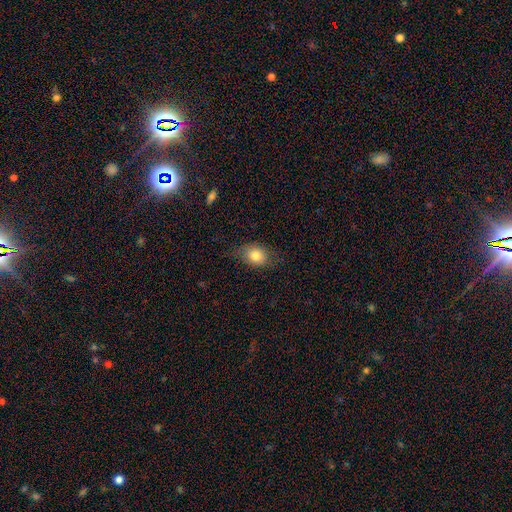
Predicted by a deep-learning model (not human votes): Smooth or featured?
  - smooth: 77% *
  - featured or disk: 14%
  - star or artifact: 9%
How rounded?
  - in between: 58% *
  - round: 40%
  - cigar-shaped: 2%
Merging?
  - none: 64% *
  - minor disturbance: 25%
  - major disturbance: 9%
  - merger: 1%